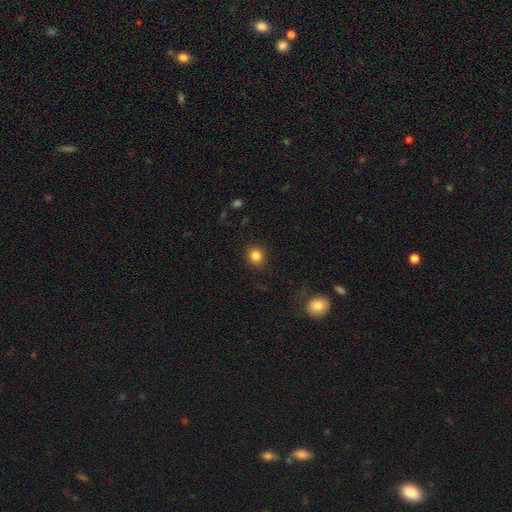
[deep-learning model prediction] Smooth or featured: smooth — 84% (star or artifact — 11%)
How rounded: round — 85% (in between — 14%)
Merging: none — 90% (minor disturbance — 7%)